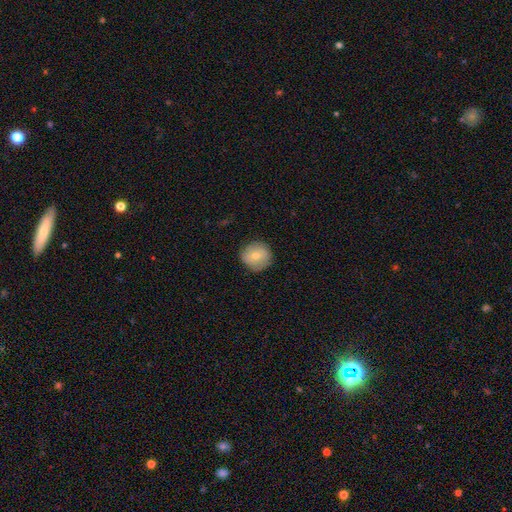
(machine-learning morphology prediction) A smooth galaxy with no disk features (71%) that is round (92%).

Vote fractions:
- Smooth or featured? smooth: 71% / featured or disk: 22% / star or artifact: 8%
- How rounded? round: 92% / in between: 7% / cigar-shaped: 1%
- Merging? none: 85% / minor disturbance: 11% / major disturbance: 3% / merger: 1%